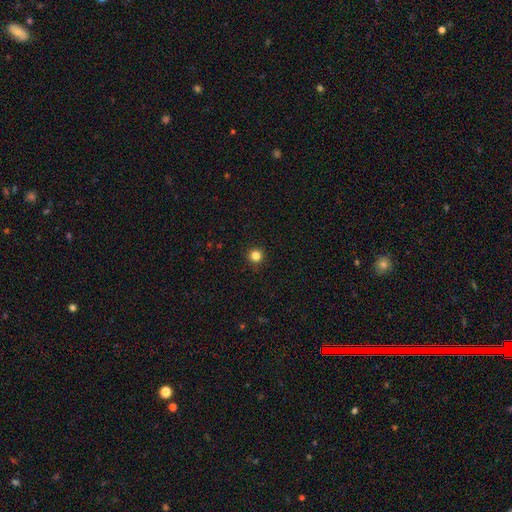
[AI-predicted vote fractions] The model was most divided on "smooth or featured": smooth: 83%, star or artifact: 13%, featured or disk: 4%. More confident: how rounded — round (96%); merging — none (93%).